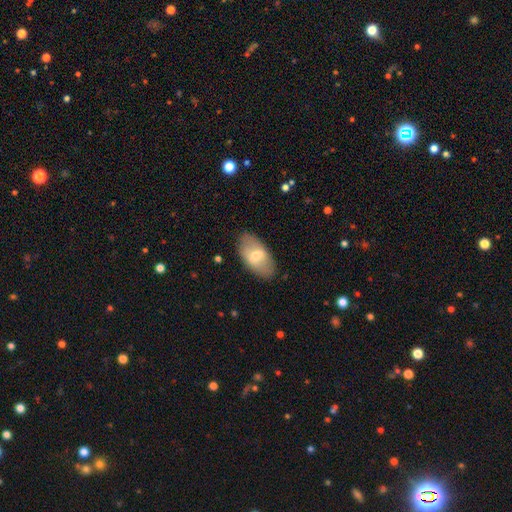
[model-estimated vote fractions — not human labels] Smooth or featured? smooth (60%)
How rounded? in between (93%)
Merging? none (84%)